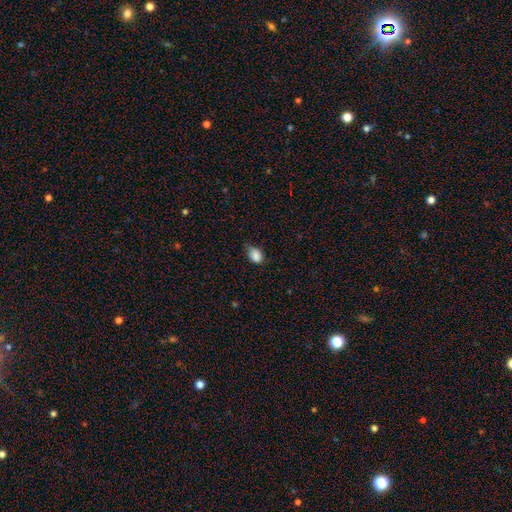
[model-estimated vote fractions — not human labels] Smooth or featured: smooth — 86% (star or artifact — 9%)
How rounded: in between — 71% (round — 28%)
Merging: none — 50% (minor disturbance — 41%)